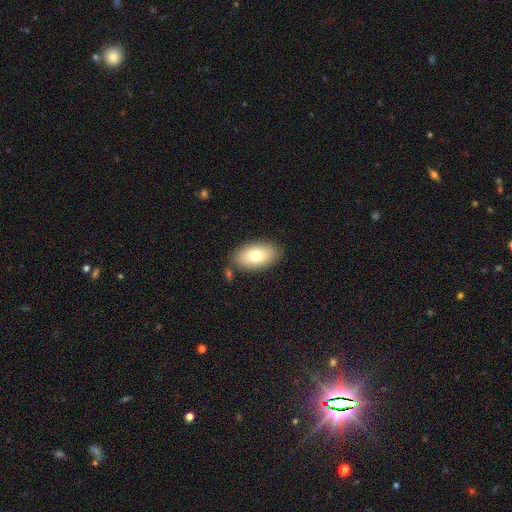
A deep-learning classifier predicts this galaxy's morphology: A smooth galaxy with no disk features (77%) that is in between round and cigar-shaped (93%). Merging: none (81%).